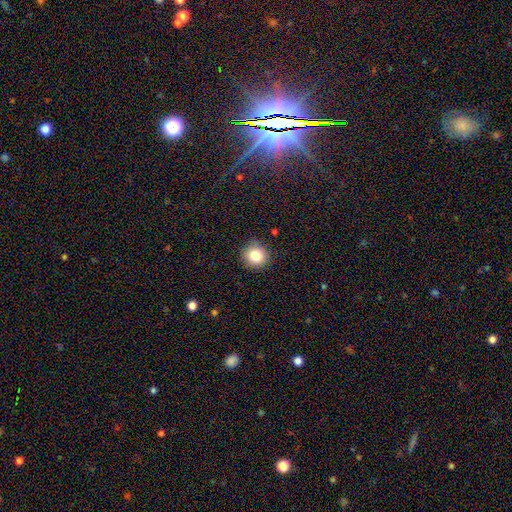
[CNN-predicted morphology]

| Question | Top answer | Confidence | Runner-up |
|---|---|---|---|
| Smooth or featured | smooth | 84% | star or artifact (11%) |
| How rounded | round | 93% | in between (6%) |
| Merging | none | 89% | minor disturbance (8%) |